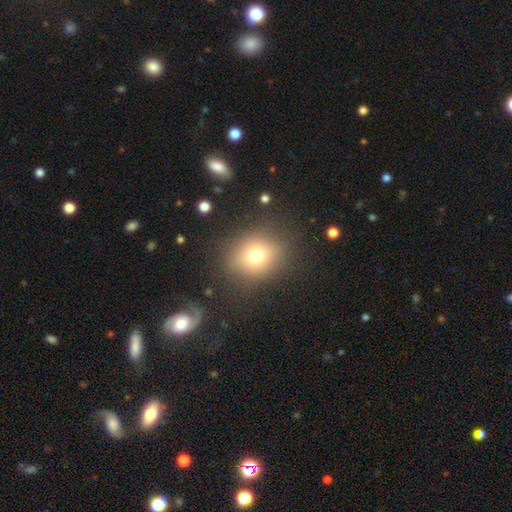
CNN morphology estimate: Smooth or featured?
  - smooth: 73% *
  - featured or disk: 14%
  - star or artifact: 13%
How rounded?
  - round: 64% *
  - in between: 35%
  - cigar-shaped: 1%
Merging?
  - none: 81% *
  - minor disturbance: 11%
  - major disturbance: 5%
  - merger: 2%